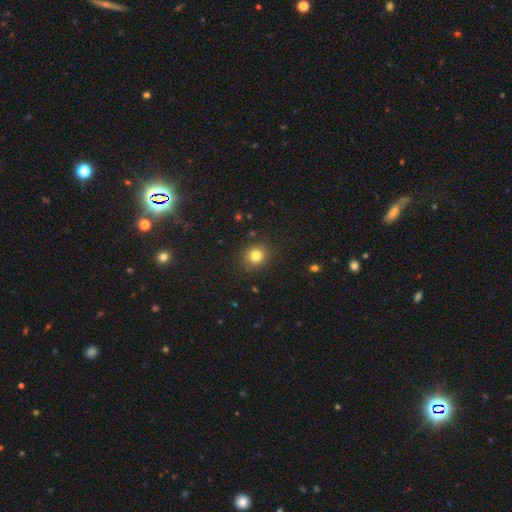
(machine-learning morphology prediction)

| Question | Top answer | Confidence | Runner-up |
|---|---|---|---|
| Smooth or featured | smooth | 80% | star or artifact (13%) |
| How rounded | round | 80% | in between (19%) |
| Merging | none | 89% | minor disturbance (7%) |